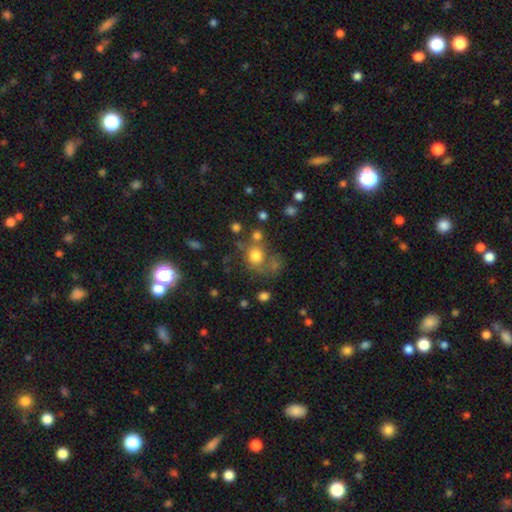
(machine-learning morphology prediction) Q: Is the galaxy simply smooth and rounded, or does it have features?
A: smooth — 74%.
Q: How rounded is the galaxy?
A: round — 81%.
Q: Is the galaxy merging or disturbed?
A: none — 55%.